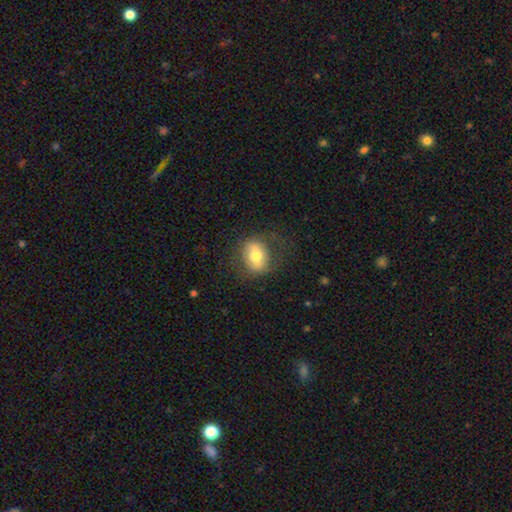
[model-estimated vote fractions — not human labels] Smooth or featured? smooth (57%)
How rounded? in between (56%)
Merging? none (73%)